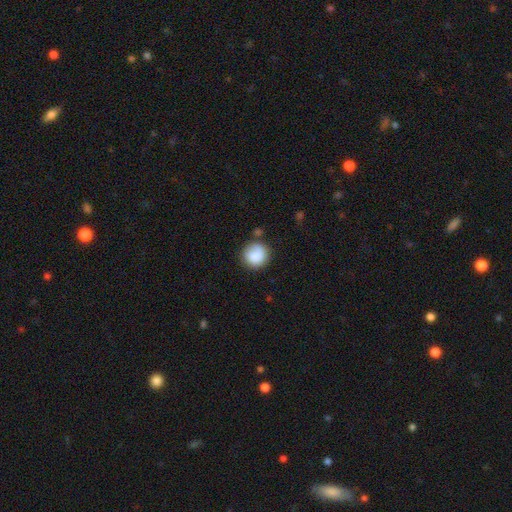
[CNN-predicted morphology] smooth_or_featured: smooth (p=0.84) [alt: featured or disk p=0.09]
how_rounded: round (p=0.91) [alt: in between p=0.08]
merging: none (p=0.71) [alt: minor disturbance p=0.18]